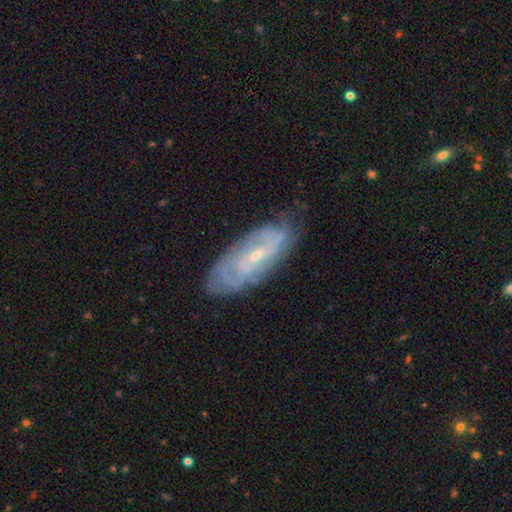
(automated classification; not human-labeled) Morphology: type=featured or disk (77%); edge-on=no (88%); bar=no (51%); spiral arms=yes (87%); winding=tight (55%); arm count=can't tell (48%); bulge=small (71%); merging=none (74%).